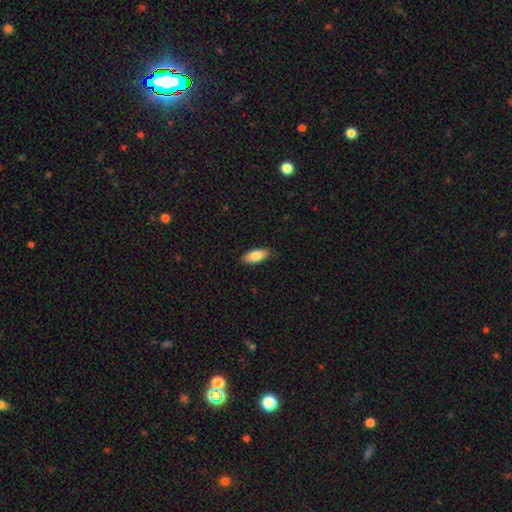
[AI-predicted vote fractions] Morphology: type=smooth (82%); roundness=in between (85%); merging=none (84%).